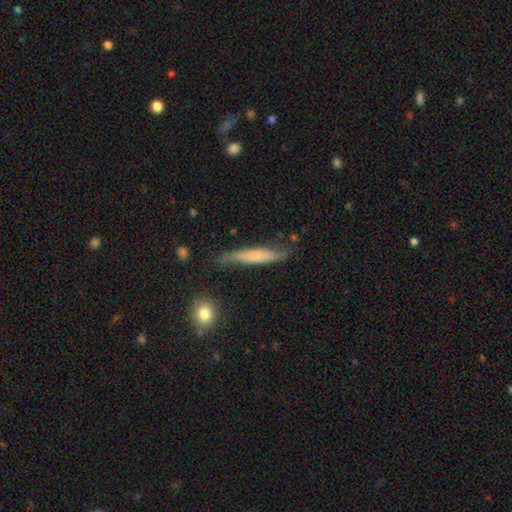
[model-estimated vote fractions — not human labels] The model was most divided on "smooth or featured": smooth: 56%, featured or disk: 38%, star or artifact: 6%. More confident: how rounded — cigar-shaped (92%); merging — none (67%).